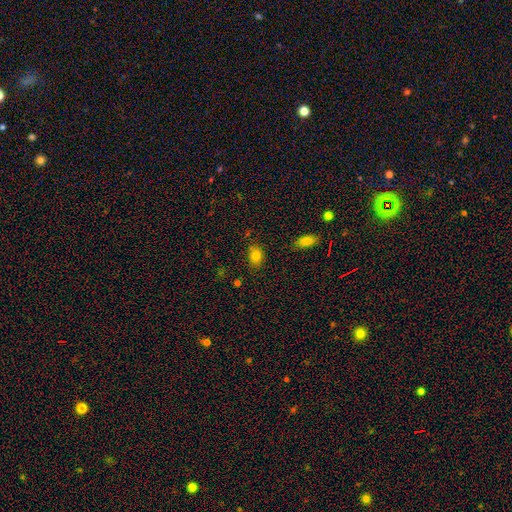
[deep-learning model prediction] Smooth or featured?
  - smooth: 81% *
  - star or artifact: 11%
  - featured or disk: 7%
How rounded?
  - in between: 76% *
  - round: 22%
  - cigar-shaped: 2%
Merging?
  - none: 79% *
  - minor disturbance: 15%
  - major disturbance: 3%
  - merger: 3%